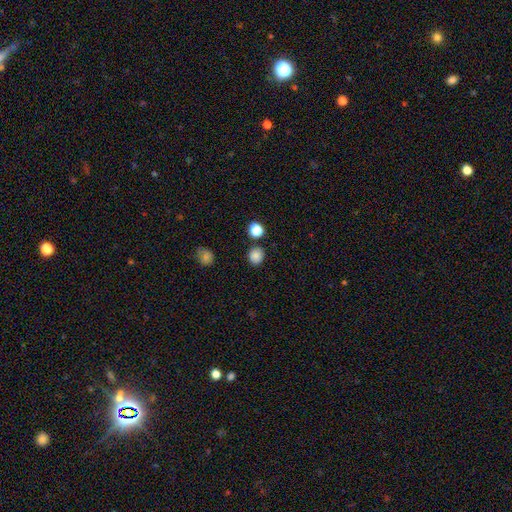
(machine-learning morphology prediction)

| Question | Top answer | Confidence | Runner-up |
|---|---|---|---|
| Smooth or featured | smooth | 84% | star or artifact (12%) |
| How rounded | round | 81% | in between (18%) |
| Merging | none | 85% | minor disturbance (8%) |